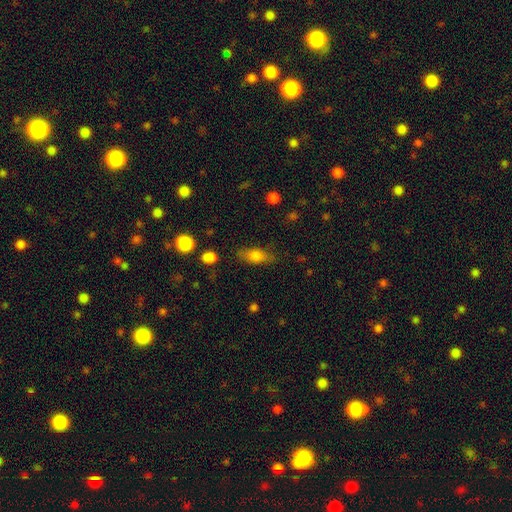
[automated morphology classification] This is likely a smooth galaxy (75%). How rounded: likely in between (75%). Merging: likely none (74%).